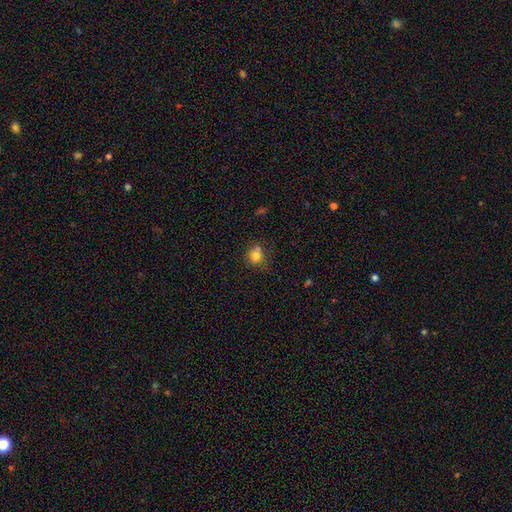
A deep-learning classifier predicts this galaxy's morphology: A smooth galaxy with no disk features (79%) that is round (82%). Merging: none (58%).